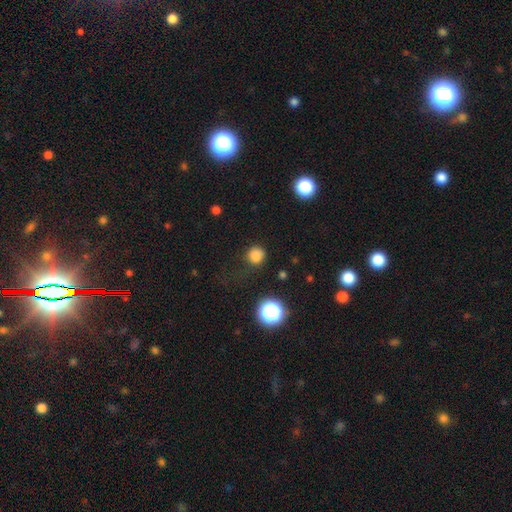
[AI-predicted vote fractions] This is likely a smooth galaxy (80%). How rounded: clearly round (91%). Merging: likely none (79%).